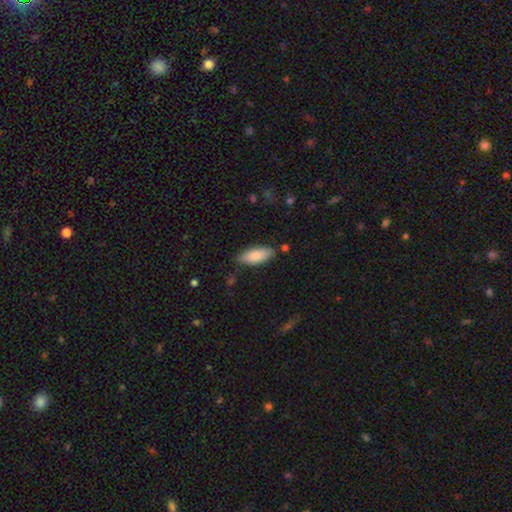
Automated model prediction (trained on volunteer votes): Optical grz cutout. It shows a smooth galaxy with no disk features (84%) that is in between round and cigar-shaped (78%). Merging: none (80%).